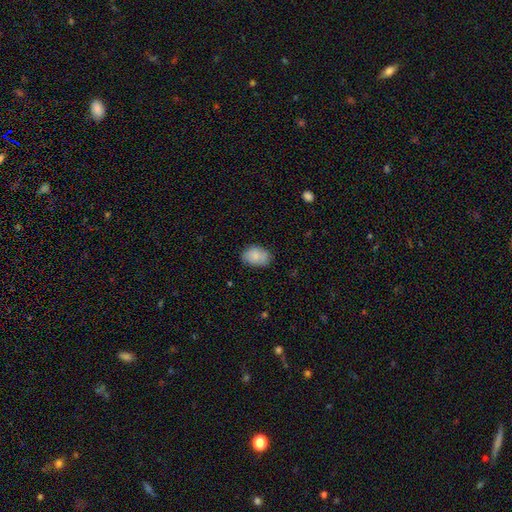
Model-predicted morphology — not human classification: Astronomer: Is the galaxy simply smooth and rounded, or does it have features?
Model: smooth — 80%.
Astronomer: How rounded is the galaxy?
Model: in between — 77%.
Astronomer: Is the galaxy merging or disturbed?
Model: none — 73%.